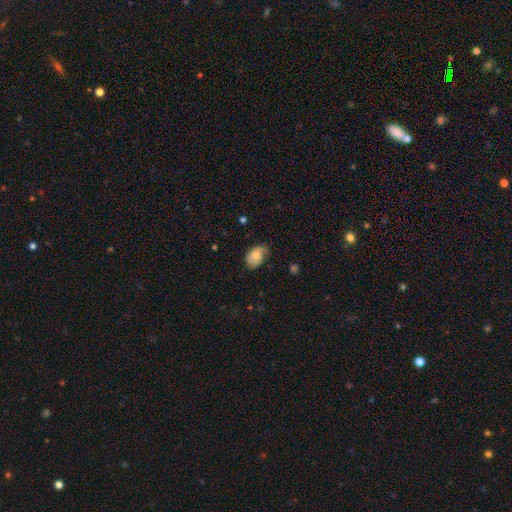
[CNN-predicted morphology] type=smooth (68%); roundness=in between (84%); merging=none (57%).